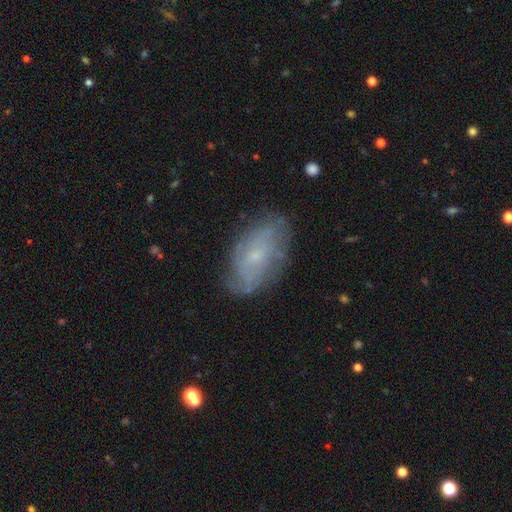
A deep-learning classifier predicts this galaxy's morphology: A featured or disk galaxy (57%) with no bar (72%), spiral arms (74%) and a small central bulge (74%). Merging: none (72%).